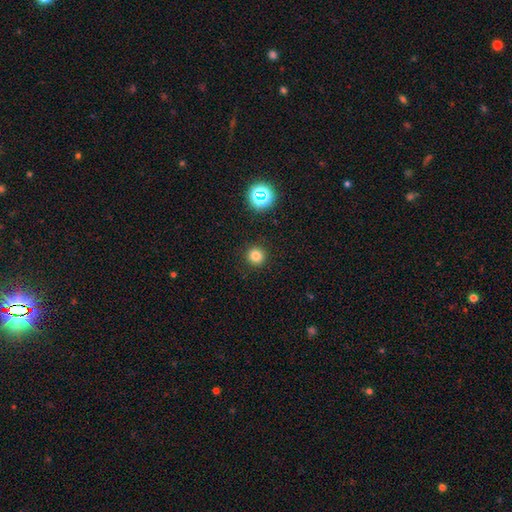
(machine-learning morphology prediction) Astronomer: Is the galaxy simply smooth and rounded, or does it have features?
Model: smooth — 78%.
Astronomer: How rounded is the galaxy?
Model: round — 95%.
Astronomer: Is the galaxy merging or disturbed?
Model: none — 92%.